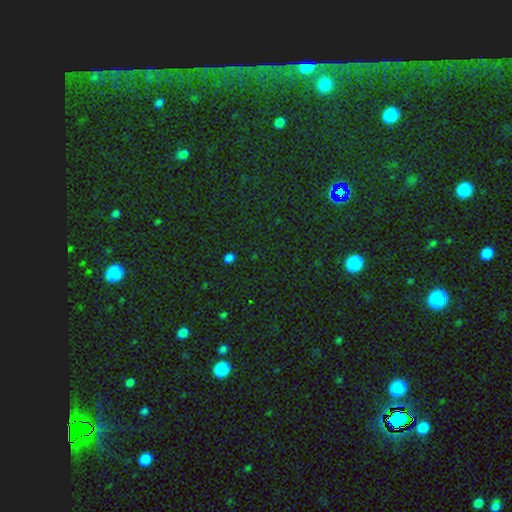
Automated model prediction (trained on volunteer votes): This is clearly a star or artifact rather than a galaxy (81%).